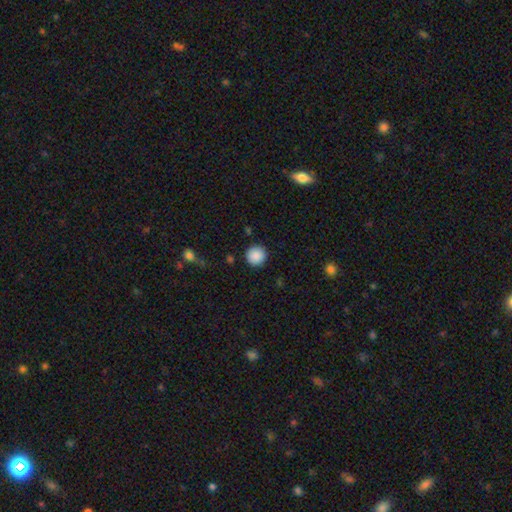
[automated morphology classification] Smooth or featured?
  - smooth: 89% *
  - star or artifact: 8%
  - featured or disk: 3%
How rounded?
  - round: 95% *
  - in between: 4%
  - cigar-shaped: 1%
Merging?
  - none: 90% *
  - minor disturbance: 6%
  - major disturbance: 2%
  - merger: 1%